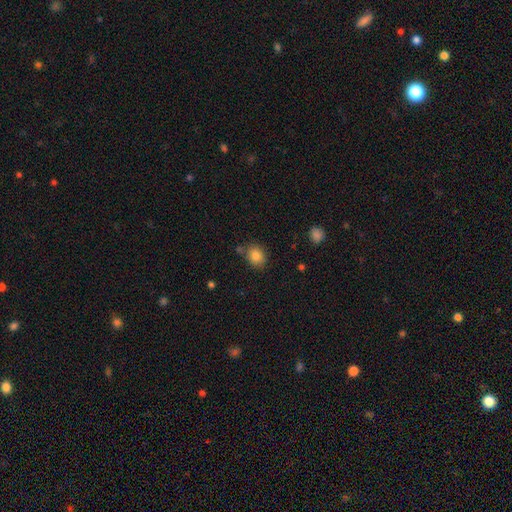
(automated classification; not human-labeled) Smooth or featured: smooth — 84% (star or artifact — 10%)
How rounded: round — 61% (in between — 38%)
Merging: none — 76% (minor disturbance — 14%)